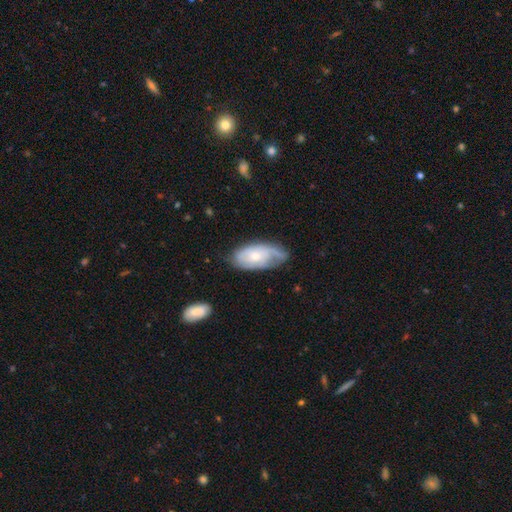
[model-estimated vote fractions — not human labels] This is possibly a featured or disk galaxy (57%). It is clearly not viewed edge-on (92%). Bar: likely no (79%). Spiral arm pattern: likely yes (75%). Central bulge: possibly small (58%). Merging: possibly none (53%).